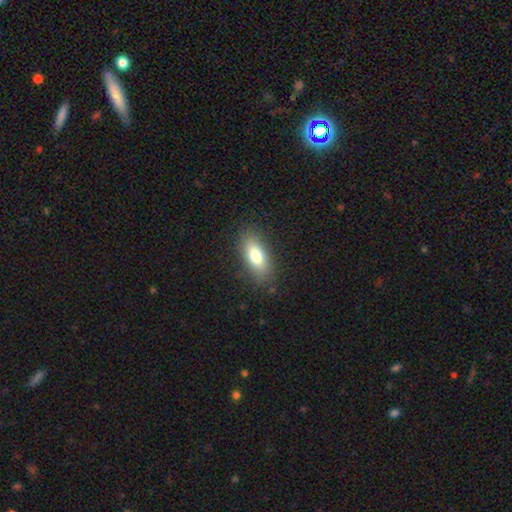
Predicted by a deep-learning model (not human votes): A smooth galaxy with no disk features (76%) that is in between round and cigar-shaped (80%).

Vote fractions:
- Smooth or featured? smooth: 76% / featured or disk: 16% / star or artifact: 8%
- How rounded? in between: 80% / cigar-shaped: 16% / round: 4%
- Merging? none: 85% / minor disturbance: 10% / major disturbance: 3% / merger: 1%